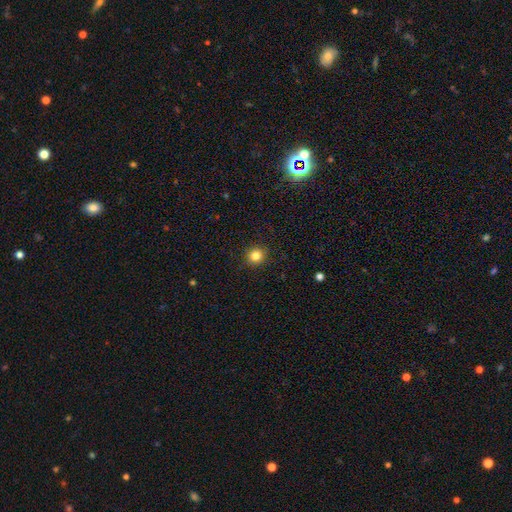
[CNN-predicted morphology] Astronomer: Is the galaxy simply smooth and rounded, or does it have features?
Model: smooth — 83%.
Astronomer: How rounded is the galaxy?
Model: round — 91%.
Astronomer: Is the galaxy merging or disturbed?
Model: none — 91%.